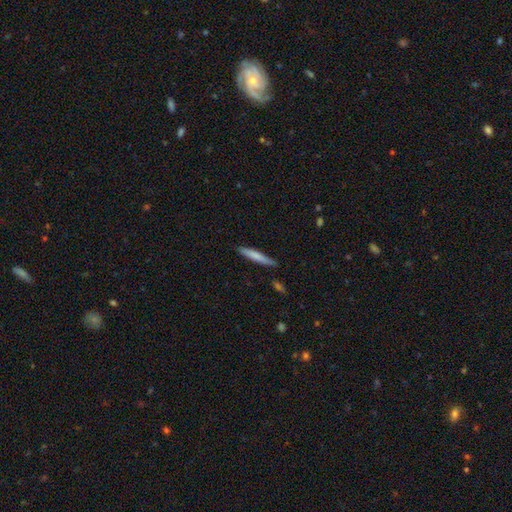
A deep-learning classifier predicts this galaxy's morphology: Smooth or featured? Predicted: smooth (p=0.72). How rounded? Predicted: cigar-shaped (p=0.94). Merging? Predicted: none (p=0.85).